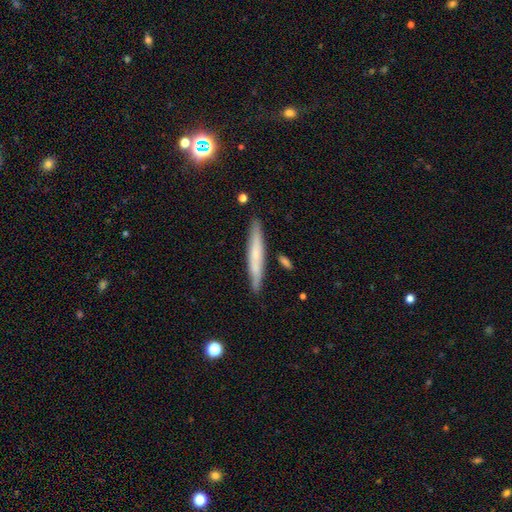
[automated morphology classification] The model was most divided on "smooth or featured": smooth: 55%, featured or disk: 38%, star or artifact: 7%. More confident: how rounded — cigar-shaped (94%); merging — none (85%).